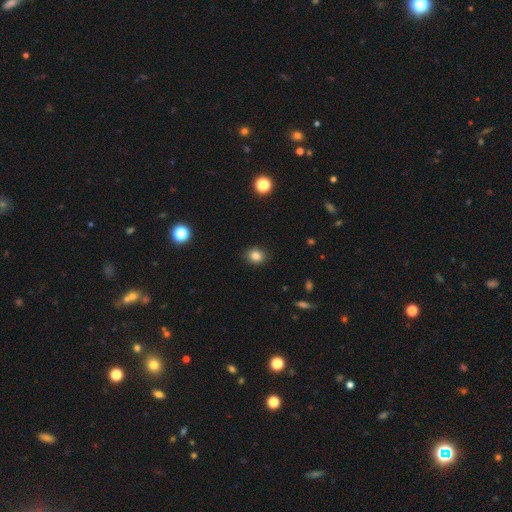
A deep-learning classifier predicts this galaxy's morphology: Smooth or featured? Predicted: smooth (p=0.84). How rounded? Predicted: round (p=0.62). Merging? Predicted: none (p=0.89).